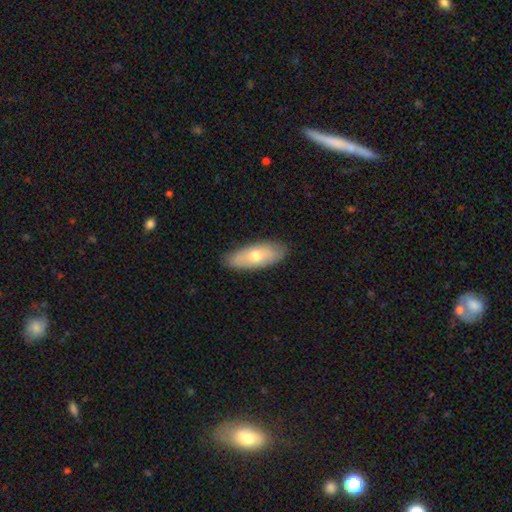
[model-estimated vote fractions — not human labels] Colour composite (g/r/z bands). It shows a smooth galaxy with no disk features (62%) that is in between round and cigar-shaped (76%). Merging: none (86%).